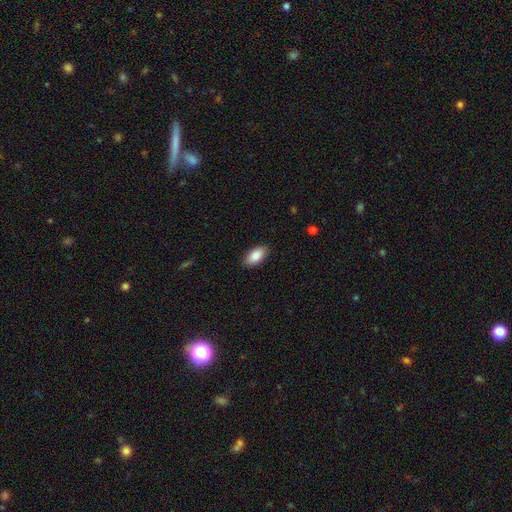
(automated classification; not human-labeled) Smooth or featured? smooth (87%)
How rounded? in between (94%)
Merging? none (88%)